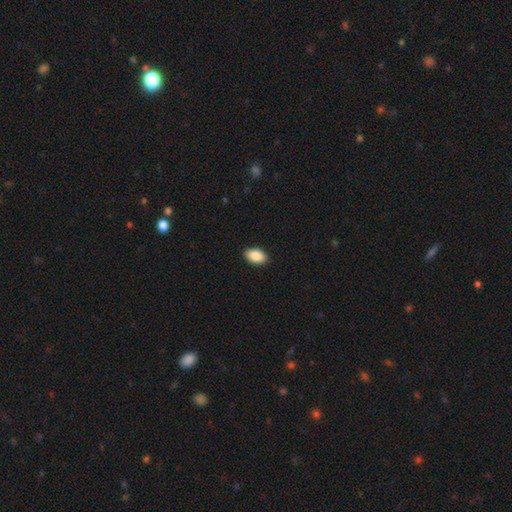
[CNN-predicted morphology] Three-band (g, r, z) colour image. It shows a smooth galaxy with no disk features (89%) that is in between round and cigar-shaped (93%). Merging: none (91%).